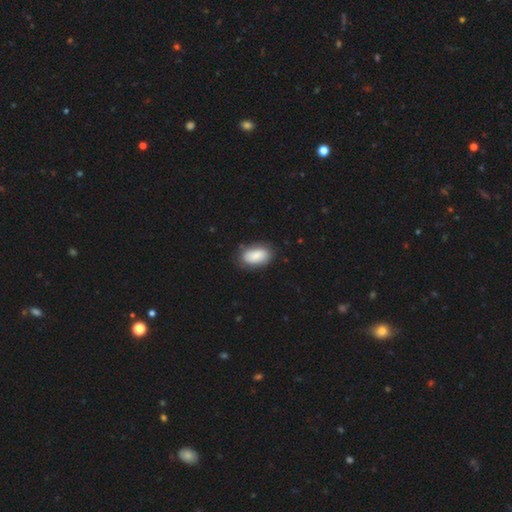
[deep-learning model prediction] Smooth or featured?
  - smooth: 83% *
  - featured or disk: 11%
  - star or artifact: 6%
How rounded?
  - in between: 92% *
  - round: 6%
  - cigar-shaped: 2%
Merging?
  - none: 77% *
  - minor disturbance: 17%
  - major disturbance: 4%
  - merger: 2%